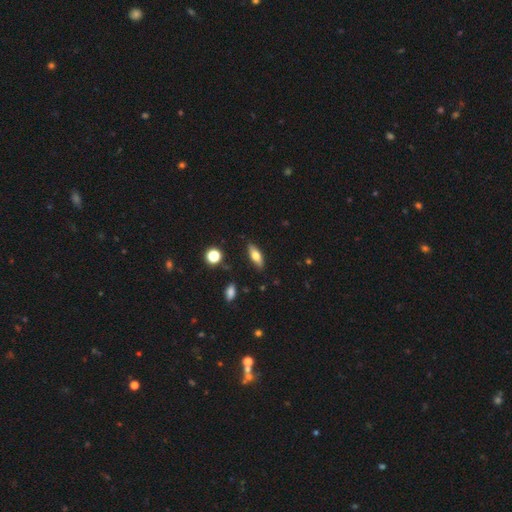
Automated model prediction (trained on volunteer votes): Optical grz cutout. It shows a smooth galaxy with no disk features (65%) that is in between round and cigar-shaped (67%). Merging: none (86%).